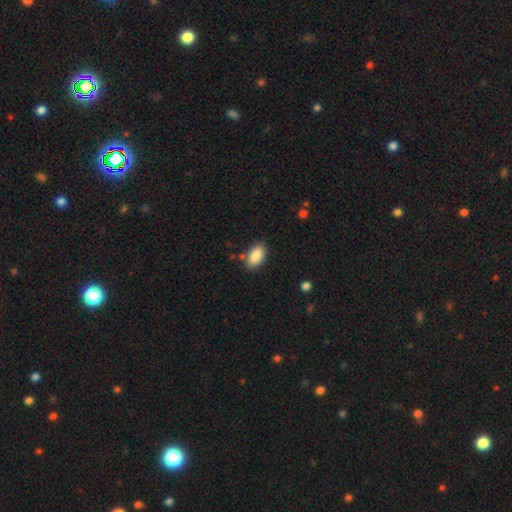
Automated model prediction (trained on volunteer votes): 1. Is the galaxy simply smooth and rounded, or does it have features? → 88% smooth, 7% star or artifact, 5% featured or disk.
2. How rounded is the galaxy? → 93% in between, 5% round, 3% cigar-shaped.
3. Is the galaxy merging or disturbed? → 82% none, 12% minor disturbance, 3% merger, 3% major disturbance.